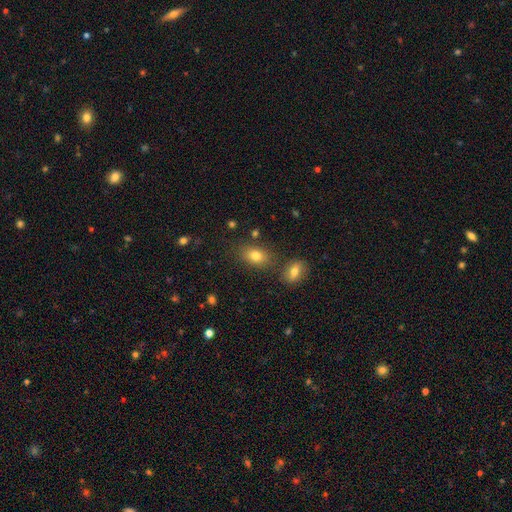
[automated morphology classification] smooth-or-featured: smooth: 80% | star or artifact: 11% | featured or disk: 10%
  how-rounded: in between: 82% | round: 17% | cigar-shaped: 2%
  merging: none: 73% | minor disturbance: 12% | merger: 11% | major disturbance: 4%